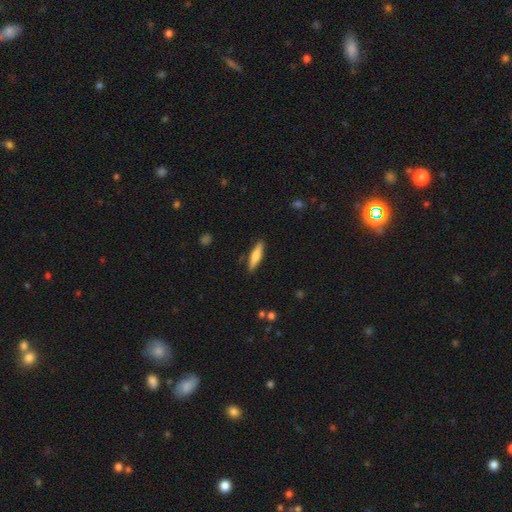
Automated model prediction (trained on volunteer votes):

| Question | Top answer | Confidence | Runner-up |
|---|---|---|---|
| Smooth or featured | smooth | 67% | featured or disk (27%) |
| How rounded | cigar-shaped | 79% | in between (19%) |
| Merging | none | 88% | minor disturbance (9%) |